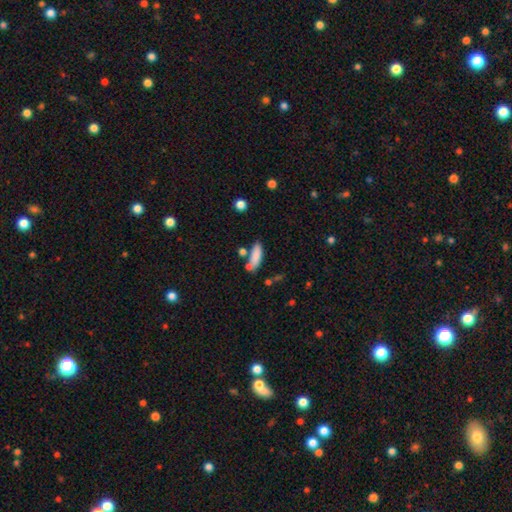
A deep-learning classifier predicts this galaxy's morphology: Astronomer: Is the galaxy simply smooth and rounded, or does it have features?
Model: smooth — 84%.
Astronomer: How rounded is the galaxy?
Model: in between — 56% (runner-up: cigar-shaped, 42%).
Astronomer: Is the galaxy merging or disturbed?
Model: none — 60%.